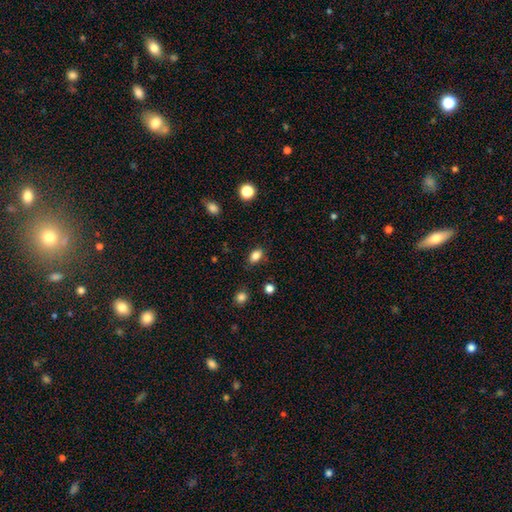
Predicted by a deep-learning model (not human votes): smooth 84%, star or artifact 10%, featured or disk 6%. Down the decision tree: how rounded — in between (82%); merging — none (83%).